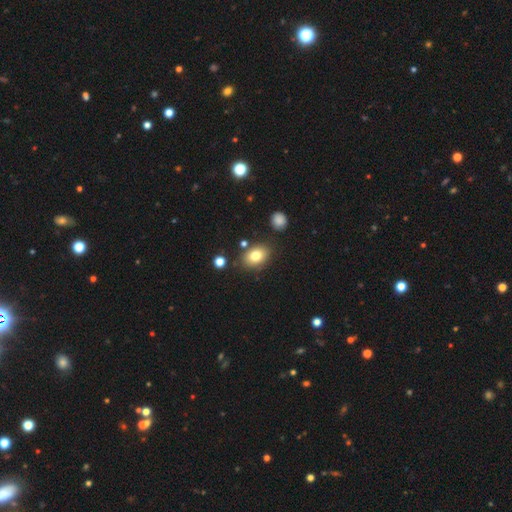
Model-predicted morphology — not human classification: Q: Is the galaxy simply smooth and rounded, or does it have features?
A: smooth — 79%.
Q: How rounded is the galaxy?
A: in between — 80%.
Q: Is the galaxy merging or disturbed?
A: none — 80%.